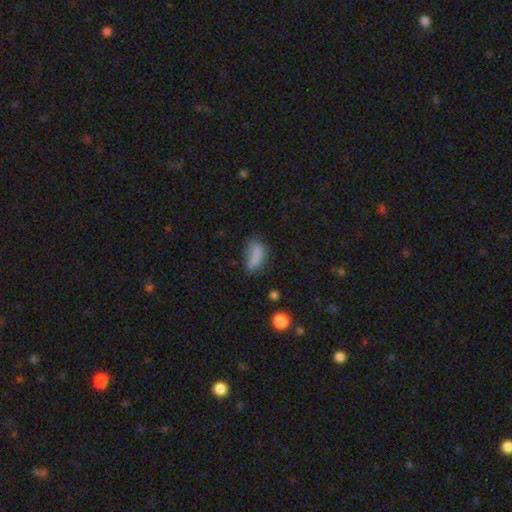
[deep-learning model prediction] This is likely a smooth galaxy (75%). How rounded: clearly in between (80%). Merging: possibly none (47%).